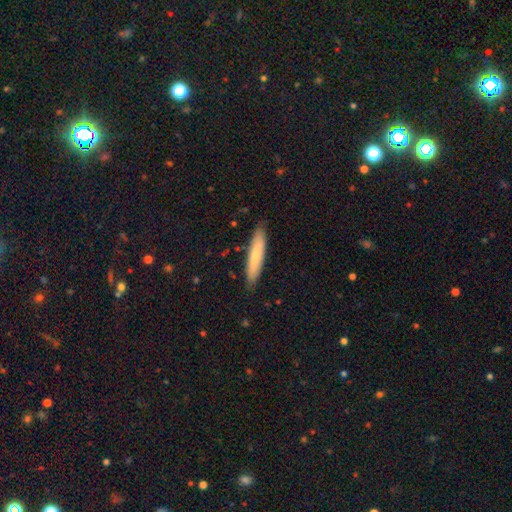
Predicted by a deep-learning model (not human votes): This appears to be a smooth galaxy with no disk features (73%) that is cigar-shaped (88%). Merging: none (87%).